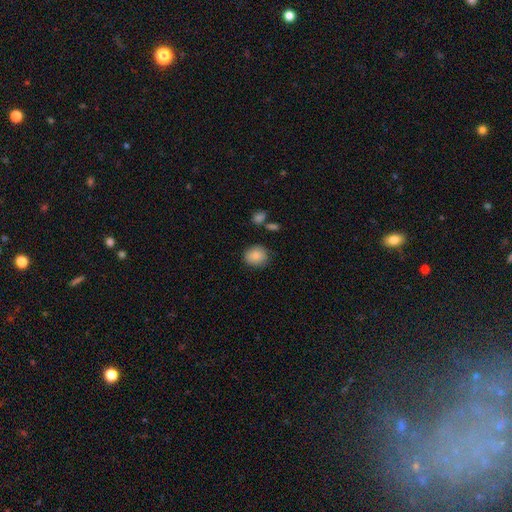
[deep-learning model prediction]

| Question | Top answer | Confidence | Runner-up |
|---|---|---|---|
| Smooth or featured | smooth | 87% | star or artifact (8%) |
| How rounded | round | 69% | in between (30%) |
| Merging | none | 81% | minor disturbance (13%) |